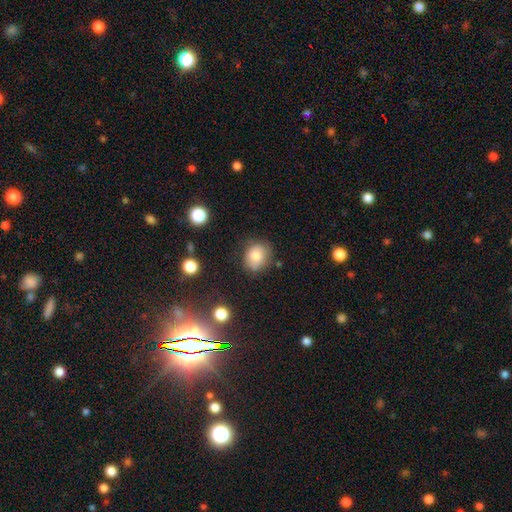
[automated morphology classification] type=smooth (78%); roundness=round (55%); merging=none (72%).